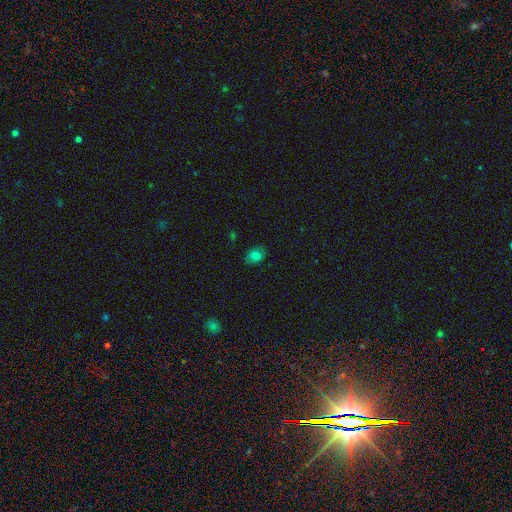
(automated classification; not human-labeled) Overall: smooth (73%). How rounded: in between (55%; round 44%). Merging: none (82%).